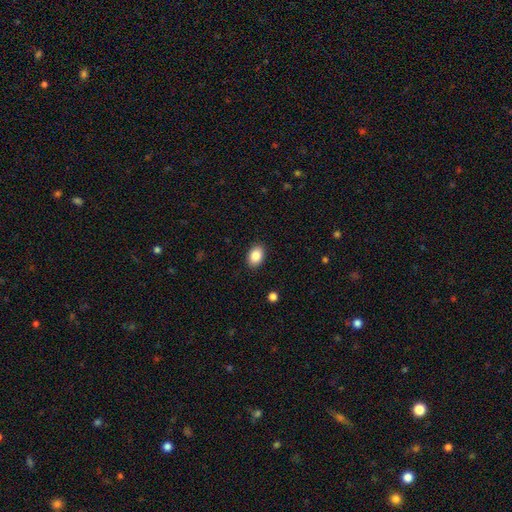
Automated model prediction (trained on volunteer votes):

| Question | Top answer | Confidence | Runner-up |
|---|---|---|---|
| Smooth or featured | smooth | 87% | star or artifact (8%) |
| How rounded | in between | 81% | round (18%) |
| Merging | none | 89% | minor disturbance (8%) |